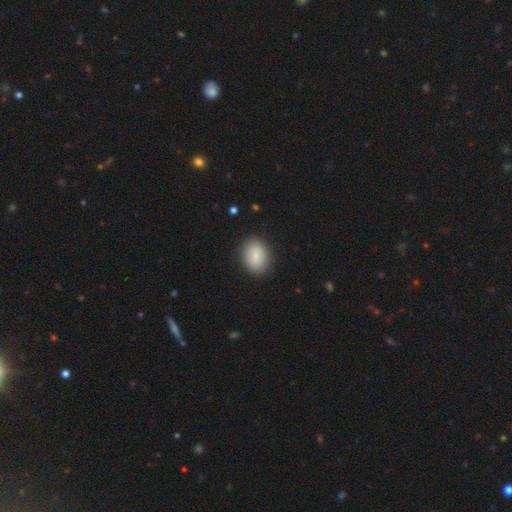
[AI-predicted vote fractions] A smooth galaxy with no disk features (79%) that is in between round and cigar-shaped (67%).

Vote fractions:
- Smooth or featured? smooth: 79% / featured or disk: 14% / star or artifact: 7%
- How rounded? in between: 67% / round: 32% / cigar-shaped: 1%
- Merging? none: 87% / minor disturbance: 9% / major disturbance: 3% / merger: 1%